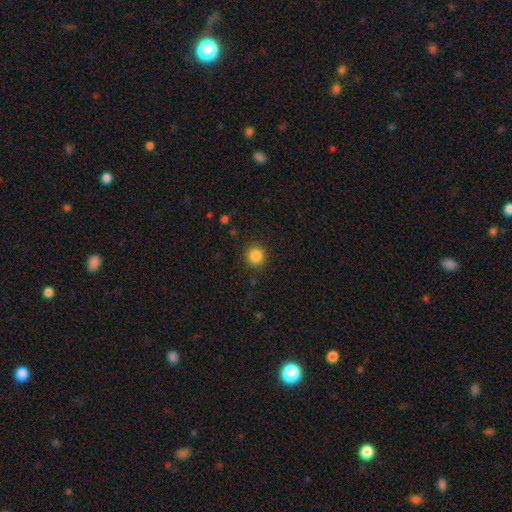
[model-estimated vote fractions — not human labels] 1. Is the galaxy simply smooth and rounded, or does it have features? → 85% smooth, 11% star or artifact, 4% featured or disk.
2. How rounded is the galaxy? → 93% round, 6% in between, 1% cigar-shaped.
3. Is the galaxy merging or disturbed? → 90% none, 6% minor disturbance, 2% major disturbance, 1% merger.